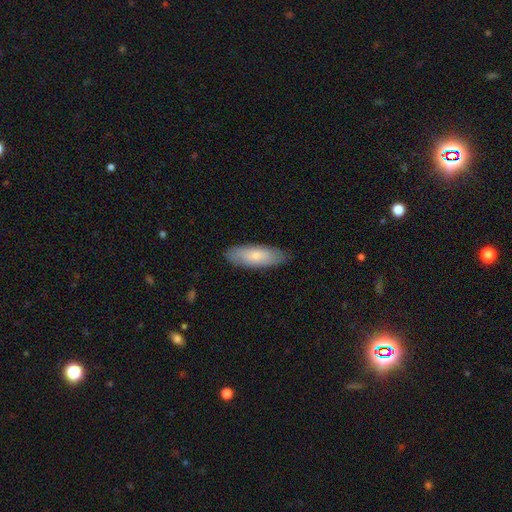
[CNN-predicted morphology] smooth_or_featured: smooth (p=0.73) [alt: featured or disk p=0.22]
how_rounded: in between (p=0.68) [alt: cigar-shaped p=0.30]
merging: none (p=0.84) [alt: minor disturbance p=0.13]